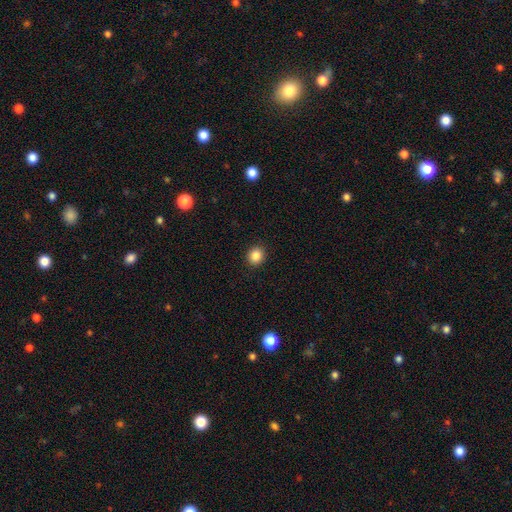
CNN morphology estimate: Overall: smooth (86%). How rounded: round (78%). Merging: none (91%).